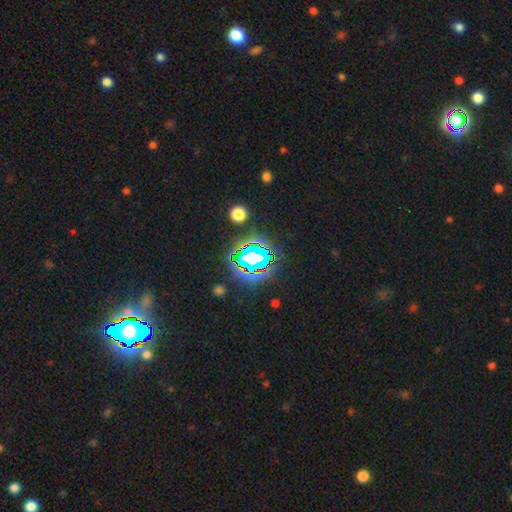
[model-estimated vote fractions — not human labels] This is clearly a star or artifact rather than a galaxy (81%).